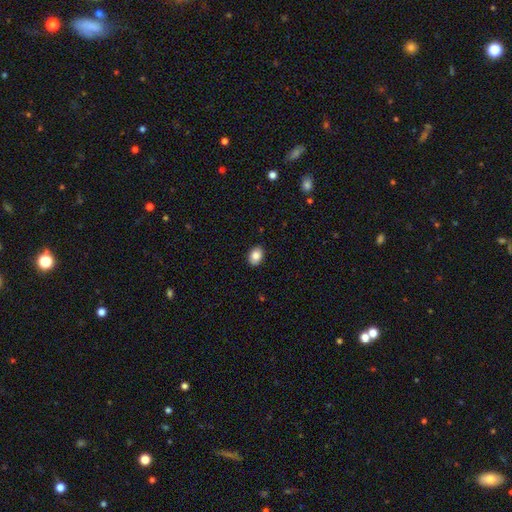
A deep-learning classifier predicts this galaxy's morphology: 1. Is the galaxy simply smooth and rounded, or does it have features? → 87% smooth, 8% star or artifact, 5% featured or disk.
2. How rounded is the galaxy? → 76% in between, 23% round, 1% cigar-shaped.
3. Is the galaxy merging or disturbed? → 89% none, 9% minor disturbance, 2% major disturbance, 1% merger.